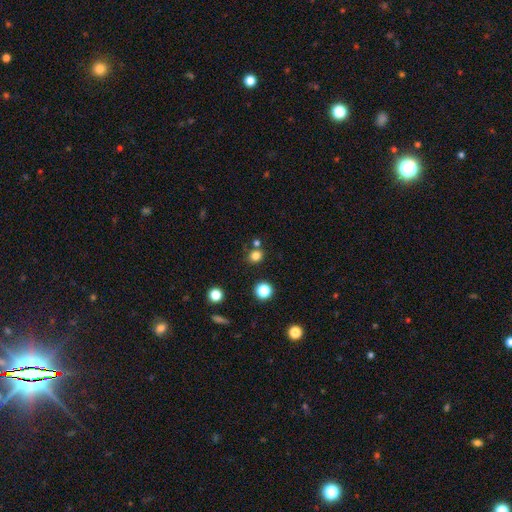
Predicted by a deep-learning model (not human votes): This is likely a smooth galaxy (78%). How rounded: clearly round (82%). Merging: likely none (74%).